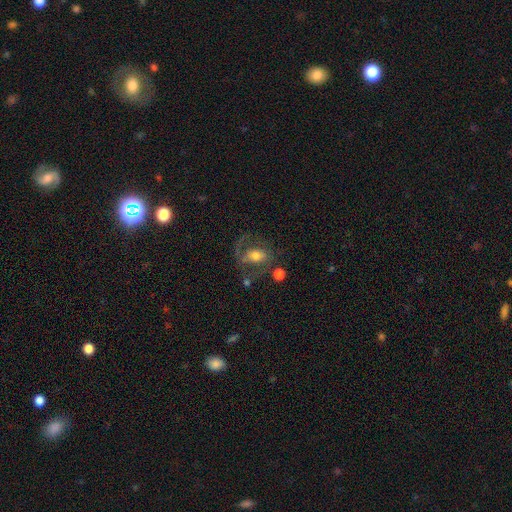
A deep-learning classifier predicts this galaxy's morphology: Overall: featured or disk (64%; smooth 26%). Edge-on disk: no (95%). Bar: no (42%; weak 37%). Spiral arms: yes (76%). Bulge size: moderate (58%; small 24%). Merging: none (52%; major disturbance 25%).